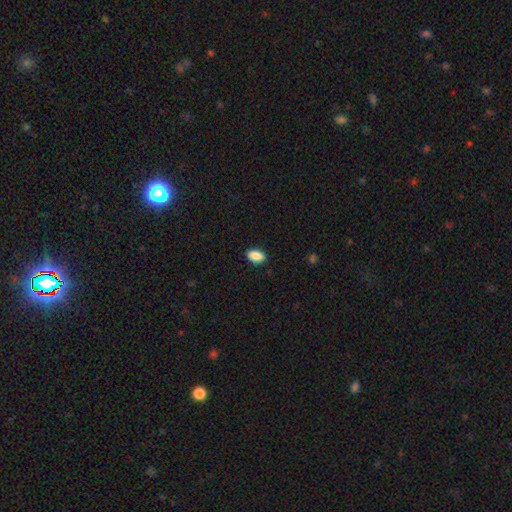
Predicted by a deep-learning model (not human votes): Q: Smooth or featured?
A: smooth (89%); runner-up: star or artifact (7%)
Q: How rounded?
A: in between (92%); runner-up: round (6%)
Q: Merging?
A: none (89%); runner-up: minor disturbance (8%)